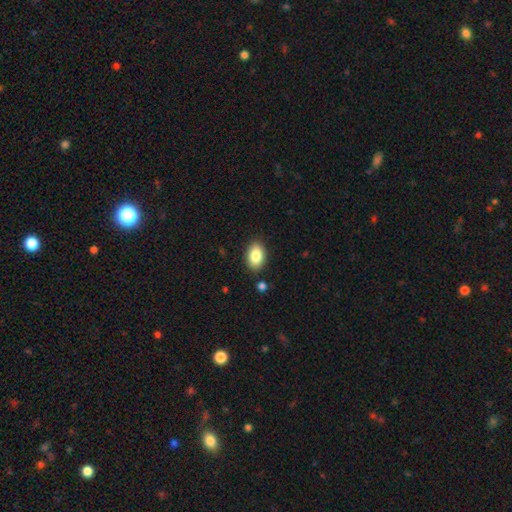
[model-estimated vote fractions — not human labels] smooth-or-featured: smooth: 85% | star or artifact: 7% | featured or disk: 7%
  how-rounded: in between: 90% | round: 9% | cigar-shaped: 1%
  merging: none: 86% | minor disturbance: 9% | merger: 2% | major disturbance: 2%